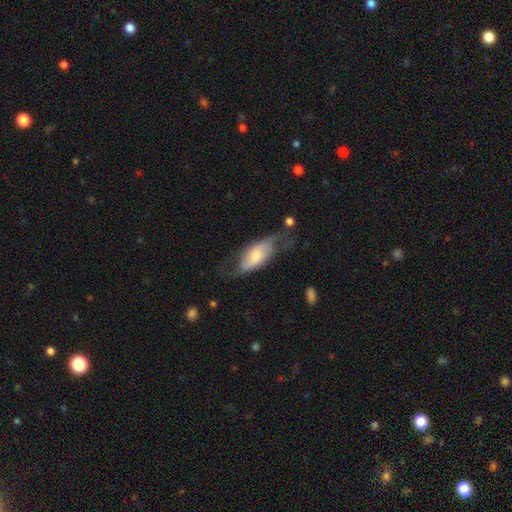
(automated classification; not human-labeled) A featured or disk galaxy (48%).

Vote fractions:
- Smooth or featured? featured or disk: 48% / smooth: 45% / star or artifact: 6%
- Merging? none: 46% / minor disturbance: 29% / major disturbance: 21% / merger: 3%